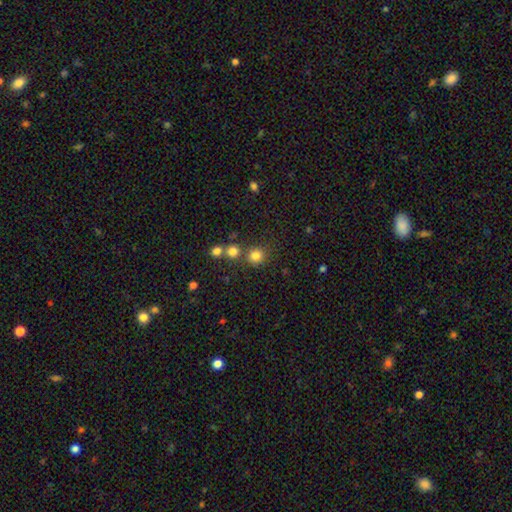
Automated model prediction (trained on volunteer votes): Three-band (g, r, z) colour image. It shows a smooth galaxy with no disk features (79%) that is round (91%). Merging: none (73%).